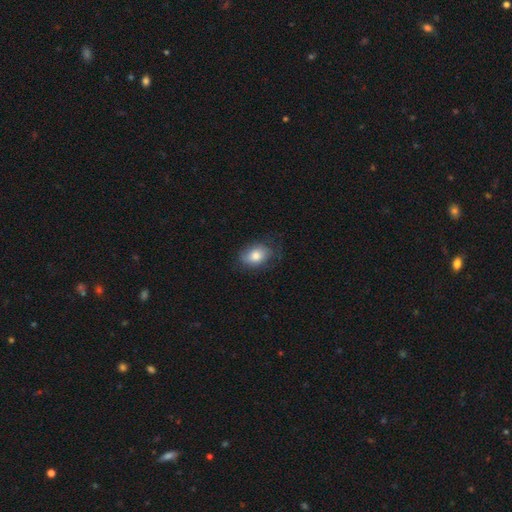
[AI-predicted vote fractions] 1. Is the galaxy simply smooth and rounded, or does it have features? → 79% smooth, 13% featured or disk, 7% star or artifact.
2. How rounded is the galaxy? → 78% in between, 20% round, 1% cigar-shaped.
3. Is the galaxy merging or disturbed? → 67% none, 23% minor disturbance, 9% major disturbance, 1% merger.